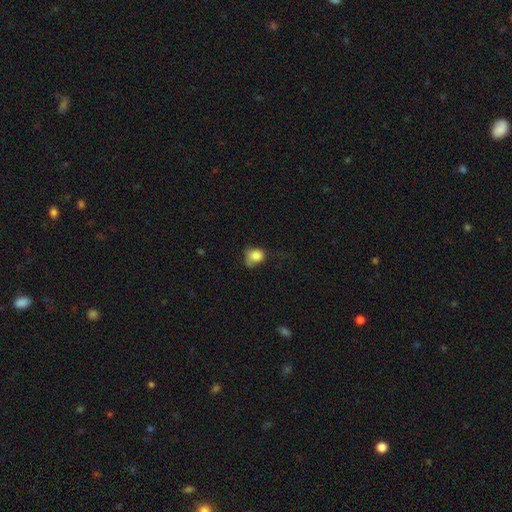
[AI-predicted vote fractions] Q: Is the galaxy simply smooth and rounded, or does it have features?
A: smooth — 82%.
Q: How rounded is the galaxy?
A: round — 60%.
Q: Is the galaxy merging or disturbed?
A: none — 37%.